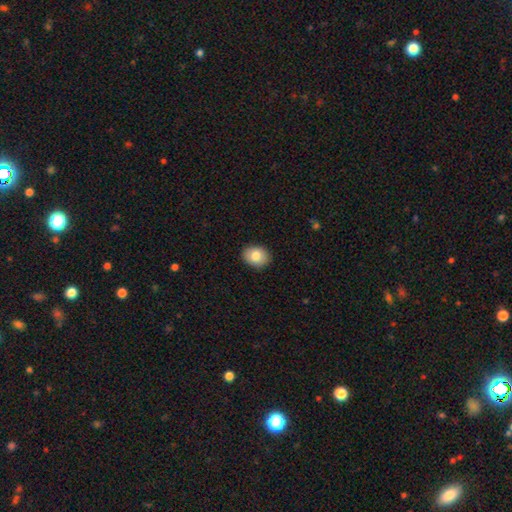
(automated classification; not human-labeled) Smooth or featured?
  - smooth: 82% *
  - featured or disk: 10%
  - star or artifact: 8%
How rounded?
  - in between: 54% *
  - round: 45%
  - cigar-shaped: 1%
Merging?
  - none: 90% *
  - minor disturbance: 7%
  - major disturbance: 2%
  - merger: 1%